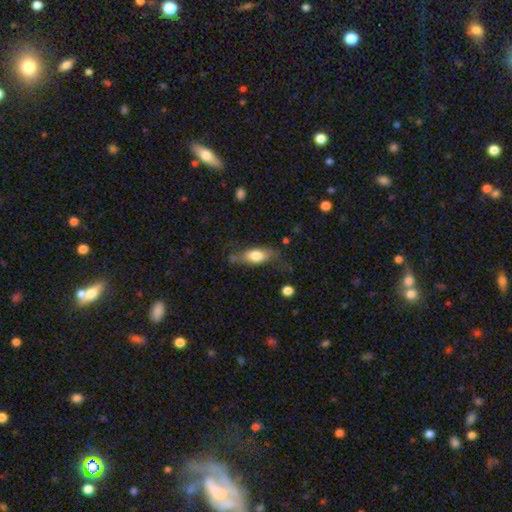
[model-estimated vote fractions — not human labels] Smooth or featured? smooth (66%)
How rounded? in between (73%)
Merging? none (57%)